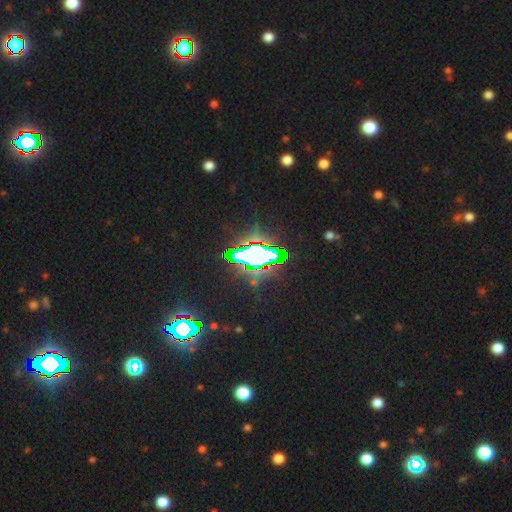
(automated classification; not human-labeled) Smooth or featured: star or artifact — 67% (smooth — 18%)